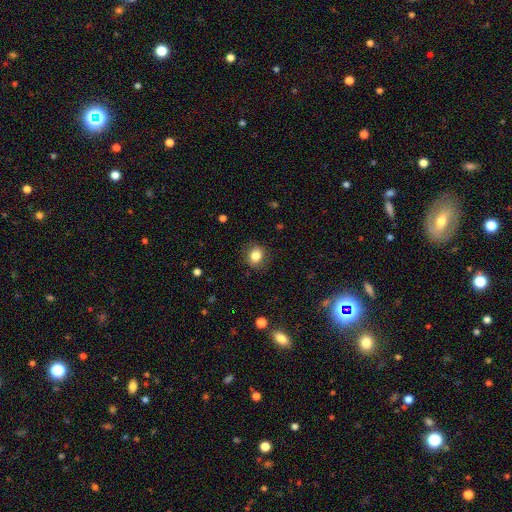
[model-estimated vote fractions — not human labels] smooth 83%, star or artifact 10%, featured or disk 7%. Down the decision tree: how rounded — round (68%); merging — none (84%).